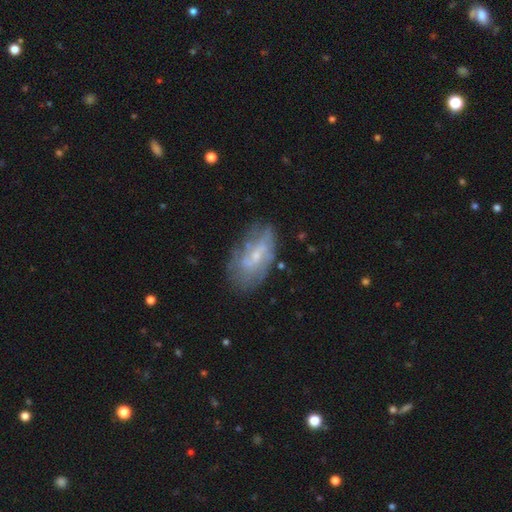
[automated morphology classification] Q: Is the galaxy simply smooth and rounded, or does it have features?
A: featured or disk — 60%.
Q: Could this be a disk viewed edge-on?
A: no — 93%.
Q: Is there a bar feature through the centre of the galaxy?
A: no — 54%.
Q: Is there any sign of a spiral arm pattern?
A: yes — 57%.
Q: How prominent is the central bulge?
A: small — 67%.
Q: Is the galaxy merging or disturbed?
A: none — 59%.